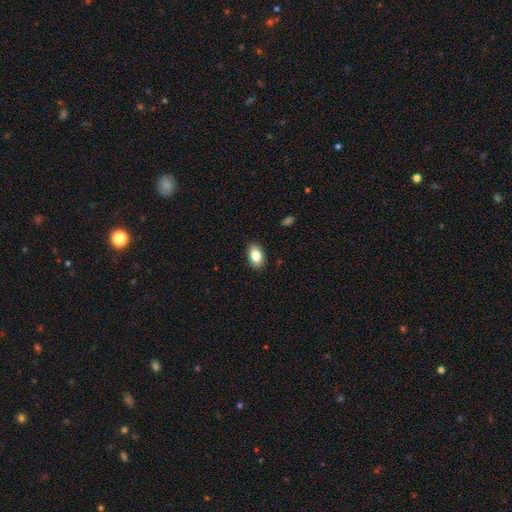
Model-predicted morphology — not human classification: type=smooth (83%); roundness=in between (89%); merging=none (88%).